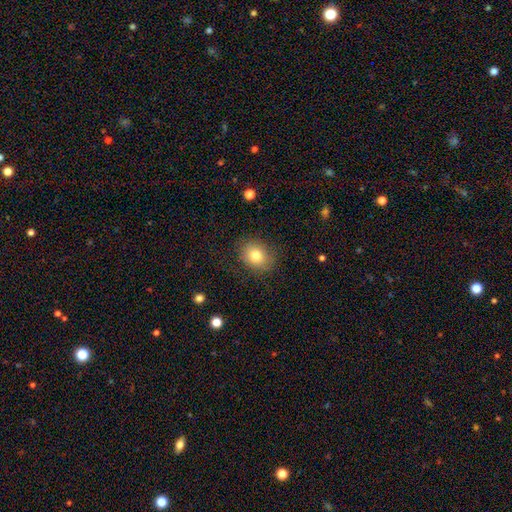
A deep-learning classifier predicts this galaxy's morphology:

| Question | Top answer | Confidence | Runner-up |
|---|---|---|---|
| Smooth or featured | smooth | 79% | featured or disk (11%) |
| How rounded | round | 50% | in between (49%) |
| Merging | none | 83% | minor disturbance (12%) |